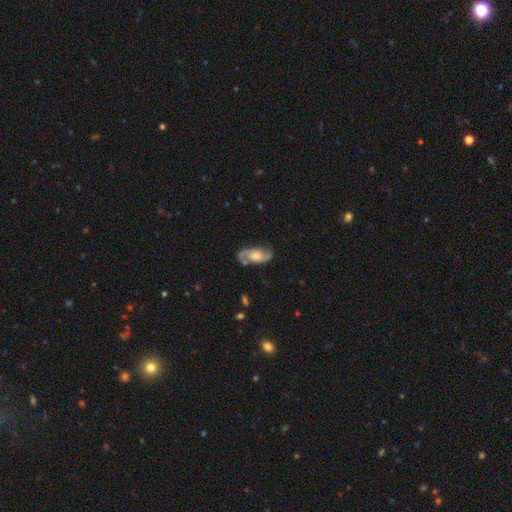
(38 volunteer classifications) smooth-or-featured: featured or disk: 79% | smooth: 18% | star or artifact: 3%
  disk-edge-on: no: 97% | yes: 3%
    bar: no: 55% | weak: 38% | strong: 7%
    has-spiral-arms: yes: 100% | no: 0%
      spiral-winding: medium: 52% | tight: 41% | loose: 7%
      spiral-arm-count: 2: 97% | 1: 3% | 3: 0% | 4: 0% | more than 4: 0% | can't tell: 0%
    bulge-size: moderate: 55% | small: 31% | large: 10% | none: 3% | dominant: 0%
  merging: none: 76% | minor disturbance: 19% | major disturbance: 5% | merger: 0%